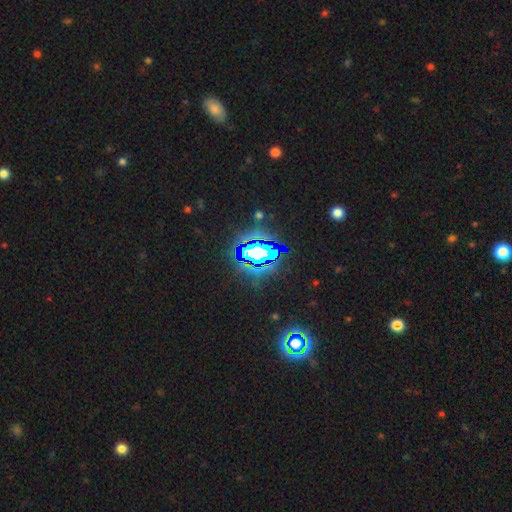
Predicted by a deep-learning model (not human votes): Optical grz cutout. It shows a star or artifact, not a galaxy (71%).